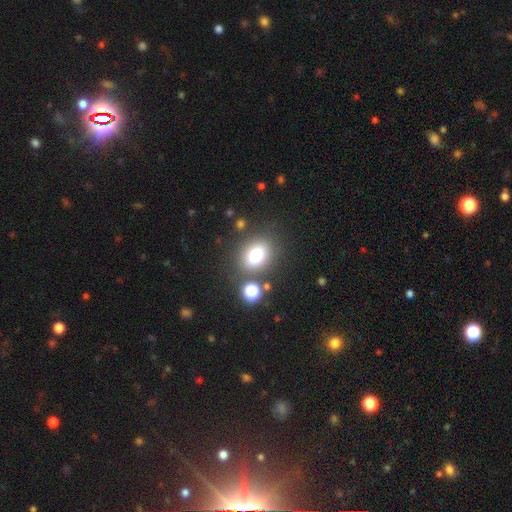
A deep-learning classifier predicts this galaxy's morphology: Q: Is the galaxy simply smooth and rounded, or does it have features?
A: smooth — 77%.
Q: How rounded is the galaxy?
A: in between — 52%.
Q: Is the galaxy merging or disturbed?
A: none — 79%.